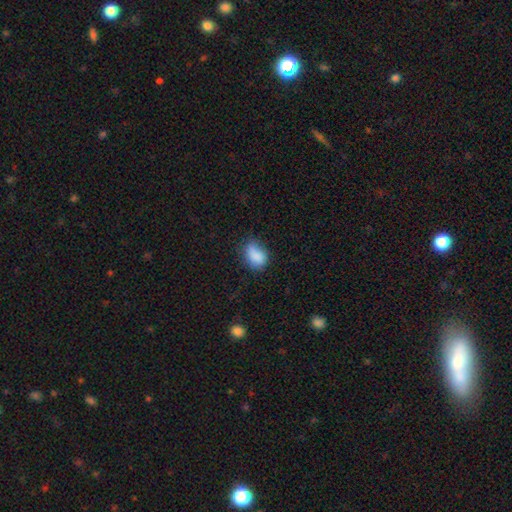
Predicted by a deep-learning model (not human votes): Smooth or featured? Predicted: smooth (p=0.83). How rounded? Predicted: in between (p=0.79). Merging? Predicted: none (p=0.51).